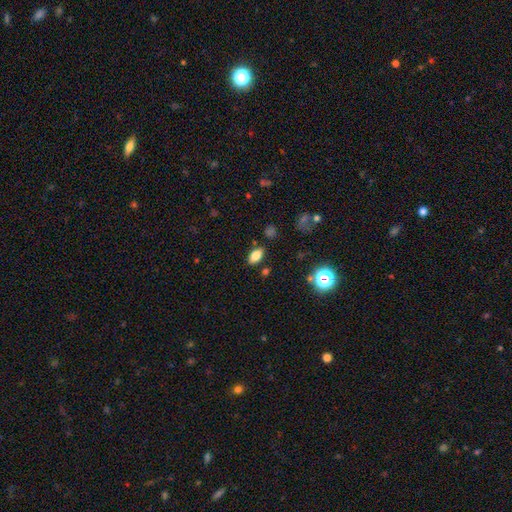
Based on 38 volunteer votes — Morphology: type=smooth (84%); roundness=in between (88%); merging=none (62%).